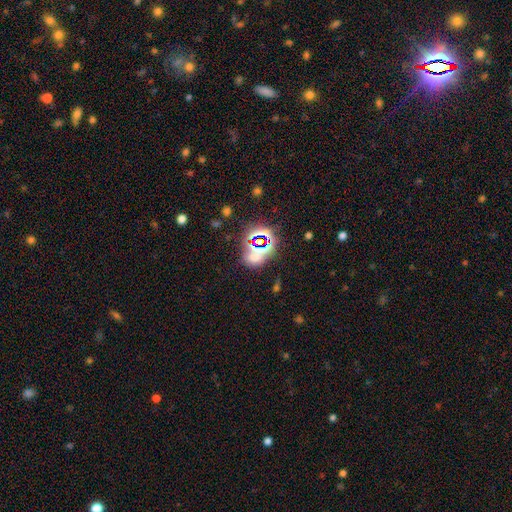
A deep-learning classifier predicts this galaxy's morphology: Smooth or featured?
  - star or artifact: 55% *
  - smooth: 34%
  - featured or disk: 11%